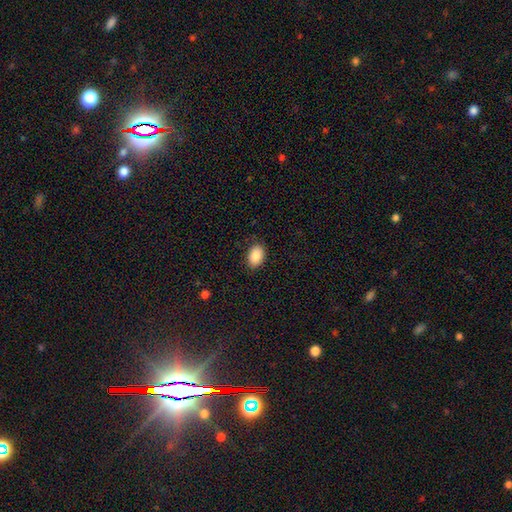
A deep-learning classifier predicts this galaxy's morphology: The model was most divided on "merging": none: 87%, minor disturbance: 10%, major disturbance: 2%, merger: 1%. More confident: how rounded — in between (91%); smooth or featured — smooth (90%).